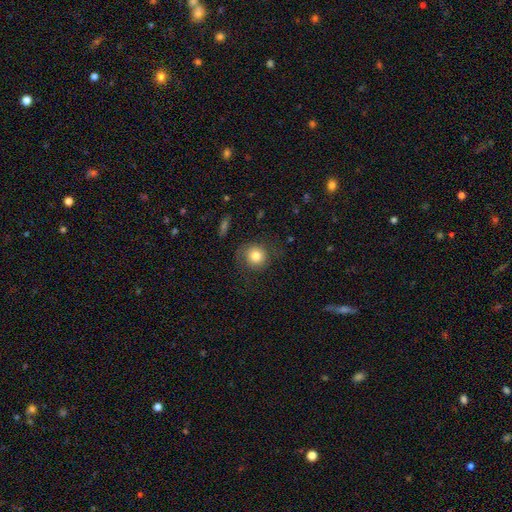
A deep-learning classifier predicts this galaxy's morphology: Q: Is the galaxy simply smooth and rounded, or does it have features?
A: smooth — 76%.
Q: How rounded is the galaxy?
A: round — 90%.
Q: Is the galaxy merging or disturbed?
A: none — 71%.